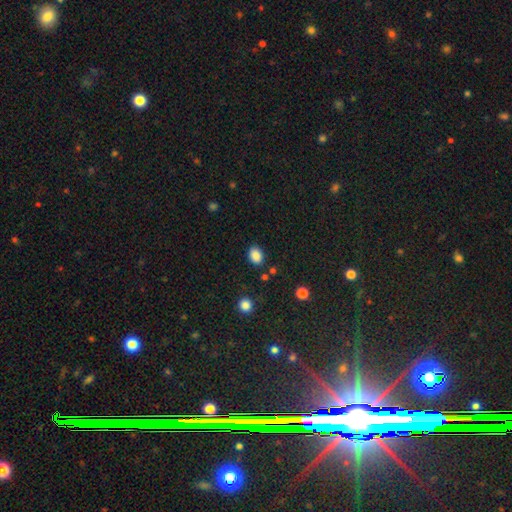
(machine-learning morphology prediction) Smooth or featured?
  - smooth: 87% *
  - star or artifact: 9%
  - featured or disk: 4%
How rounded?
  - in between: 67% *
  - round: 32%
  - cigar-shaped: 1%
Merging?
  - none: 83% *
  - minor disturbance: 11%
  - major disturbance: 3%
  - merger: 3%